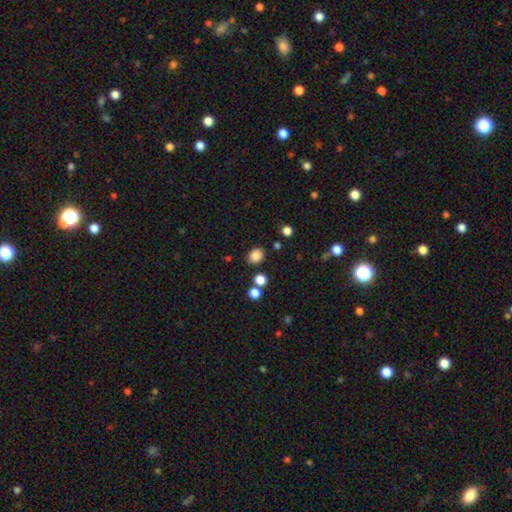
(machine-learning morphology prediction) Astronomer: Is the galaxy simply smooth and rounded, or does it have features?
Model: smooth — 84%.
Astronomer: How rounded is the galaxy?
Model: round — 52% (runner-up: in between, 47%).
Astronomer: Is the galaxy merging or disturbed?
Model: none — 83%.